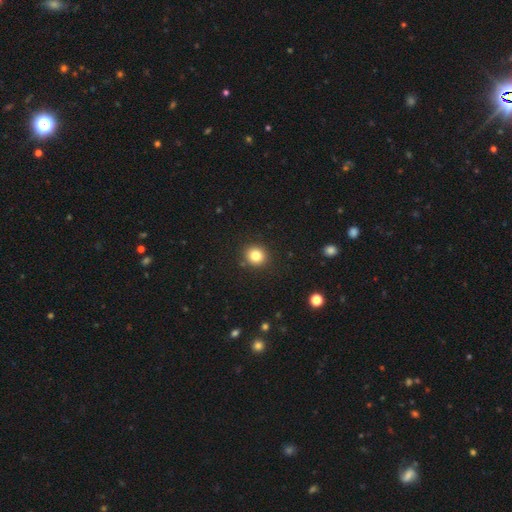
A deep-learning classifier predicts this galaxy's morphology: Q: Smooth or featured?
A: smooth (82%); runner-up: star or artifact (12%)
Q: How rounded?
A: round (89%); runner-up: in between (10%)
Q: Merging?
A: none (91%); runner-up: minor disturbance (6%)